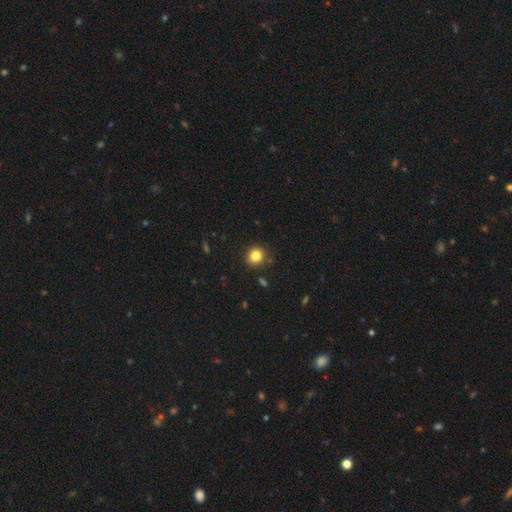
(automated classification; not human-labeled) Q: Smooth or featured?
A: smooth (83%); runner-up: star or artifact (12%)
Q: How rounded?
A: round (86%); runner-up: in between (13%)
Q: Merging?
A: none (88%); runner-up: minor disturbance (8%)